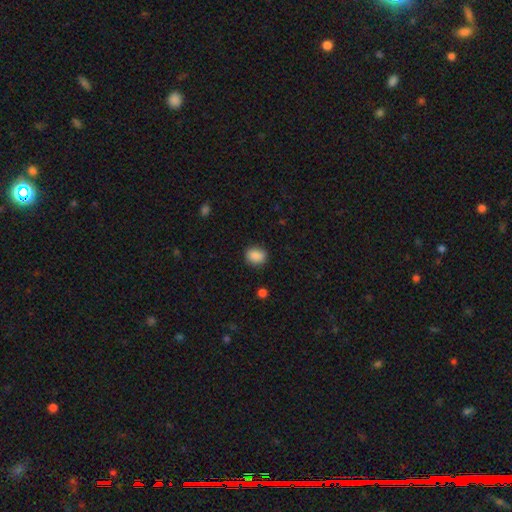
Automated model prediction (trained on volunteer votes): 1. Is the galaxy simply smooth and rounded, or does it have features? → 88% smooth, 8% star or artifact, 4% featured or disk.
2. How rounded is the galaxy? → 57% round, 42% in between, 1% cigar-shaped.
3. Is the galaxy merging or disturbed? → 87% none, 10% minor disturbance, 3% major disturbance, 1% merger.